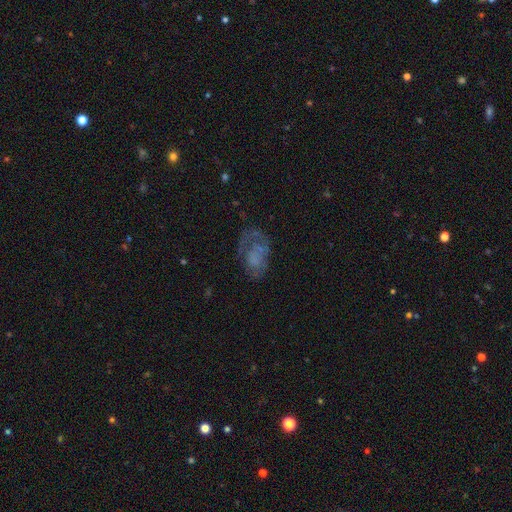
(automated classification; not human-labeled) This is possibly a featured or disk galaxy (51%). It is clearly not viewed edge-on (97%). Merging: marginally none (41%).